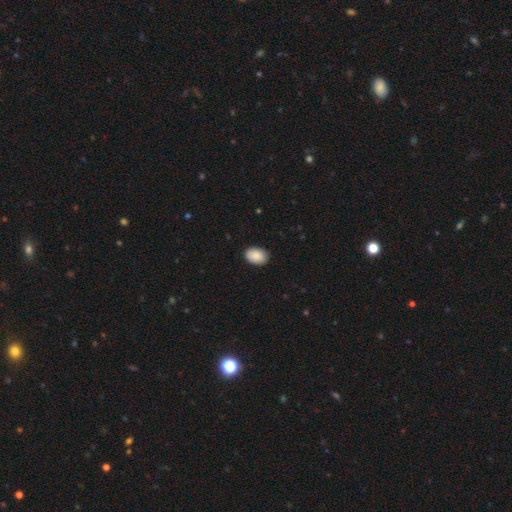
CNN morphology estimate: Smooth or featured? Predicted: smooth (p=0.89). How rounded? Predicted: in between (p=0.83). Merging? Predicted: none (p=0.89).